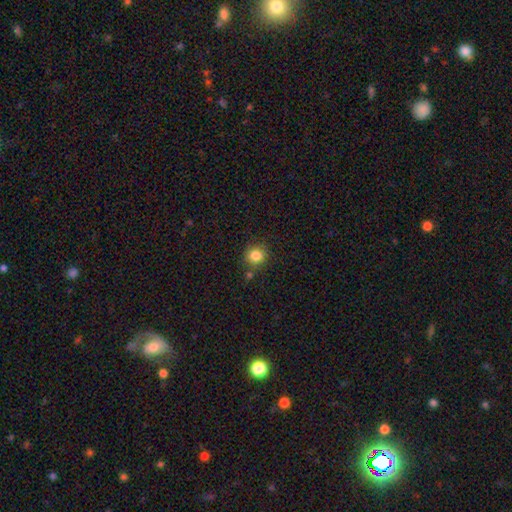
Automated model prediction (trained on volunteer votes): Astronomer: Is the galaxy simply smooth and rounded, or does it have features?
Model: smooth — 83%.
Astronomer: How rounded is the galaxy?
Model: round — 88%.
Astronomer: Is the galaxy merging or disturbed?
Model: none — 82%.